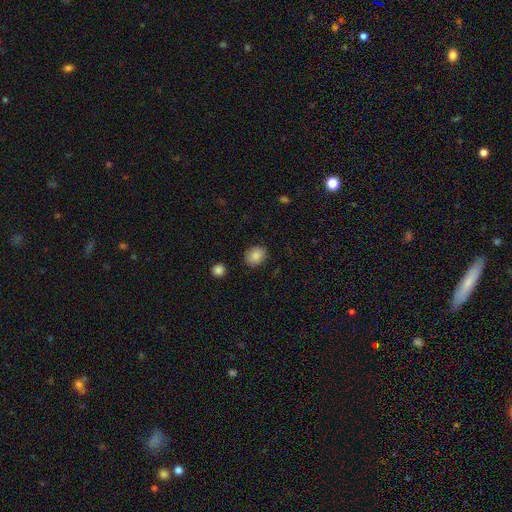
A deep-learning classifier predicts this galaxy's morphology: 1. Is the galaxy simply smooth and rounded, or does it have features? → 86% smooth, 8% star or artifact, 5% featured or disk.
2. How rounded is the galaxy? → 51% in between, 48% round, 1% cigar-shaped.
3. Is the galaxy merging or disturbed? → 85% none, 11% minor disturbance, 3% major disturbance, 2% merger.